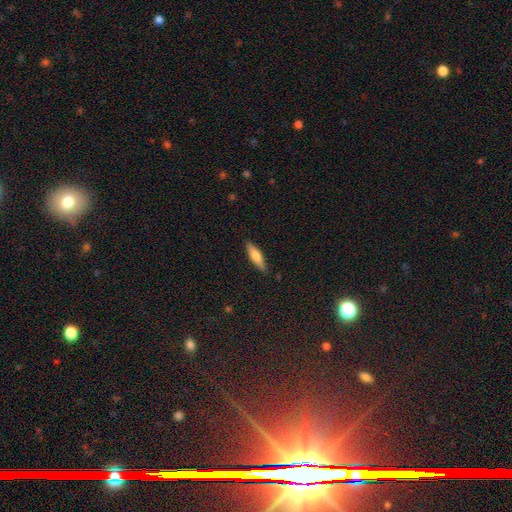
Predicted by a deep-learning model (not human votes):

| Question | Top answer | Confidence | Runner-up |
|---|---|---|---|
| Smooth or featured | smooth | 64% | featured or disk (30%) |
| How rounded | cigar-shaped | 68% | in between (30%) |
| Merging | none | 87% | minor disturbance (10%) |